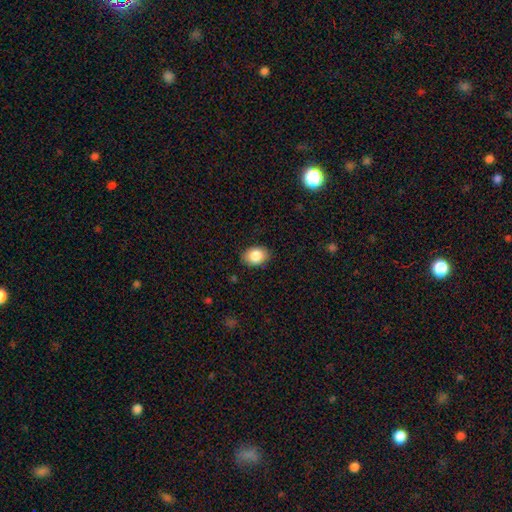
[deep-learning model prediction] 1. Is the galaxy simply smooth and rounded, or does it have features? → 86% smooth, 7% star or artifact, 7% featured or disk.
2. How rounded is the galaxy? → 76% in between, 23% round, 1% cigar-shaped.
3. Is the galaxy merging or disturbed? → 87% none, 10% minor disturbance, 2% major disturbance, 1% merger.